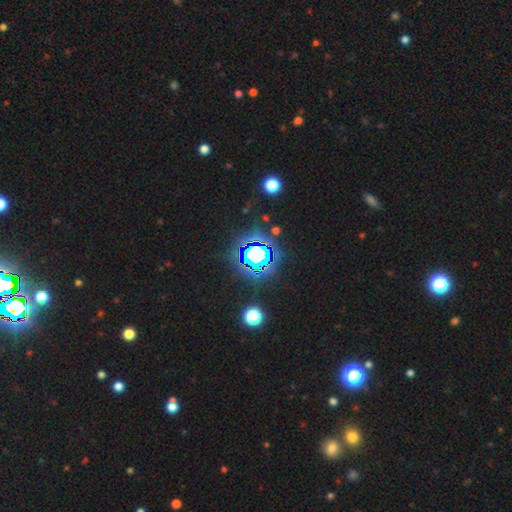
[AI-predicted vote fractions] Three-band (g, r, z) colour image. It shows a star or artifact, not a galaxy (71%).